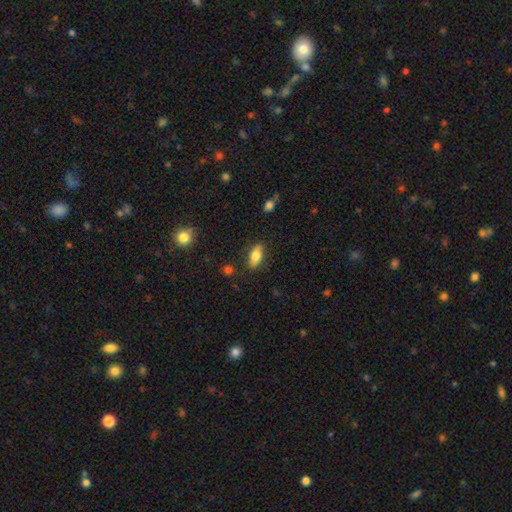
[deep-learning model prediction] Smooth or featured? Predicted: smooth (p=0.78). How rounded? Predicted: in between (p=0.84). Merging? Predicted: none (p=0.84).